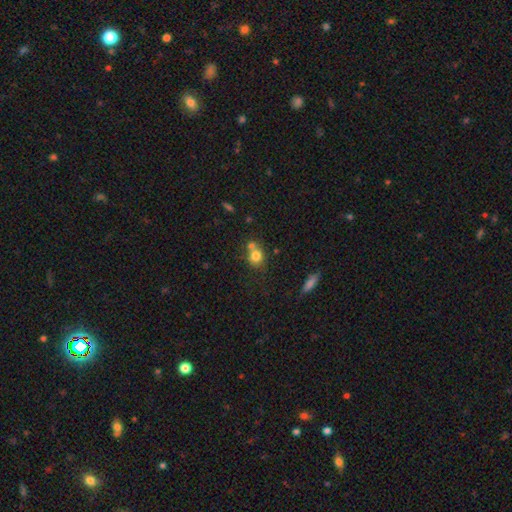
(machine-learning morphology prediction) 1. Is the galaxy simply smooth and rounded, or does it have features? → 78% smooth, 11% star or artifact, 11% featured or disk.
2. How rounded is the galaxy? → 77% round, 22% in between, 1% cigar-shaped.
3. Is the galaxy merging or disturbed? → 47% none, 38% merger, 11% minor disturbance, 4% major disturbance.